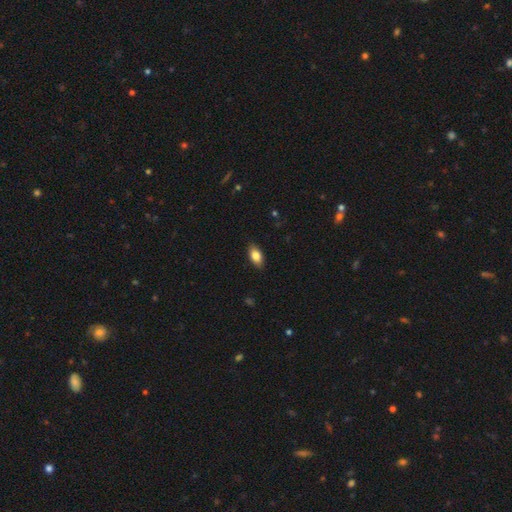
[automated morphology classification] Overall: smooth (84%). How rounded: in between (92%). Merging: none (88%).